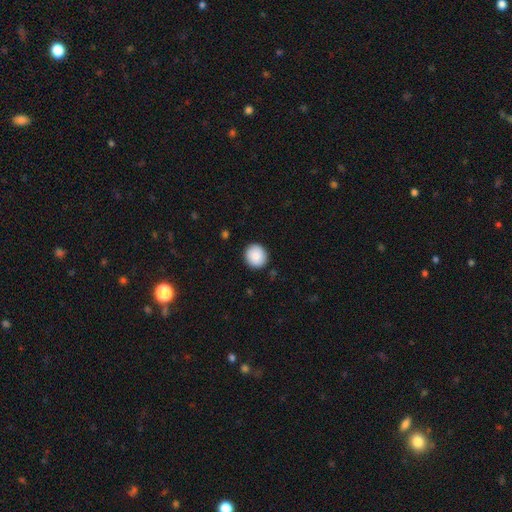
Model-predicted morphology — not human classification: A smooth galaxy with no disk features (89%) that is round (88%). Merging: none (91%).